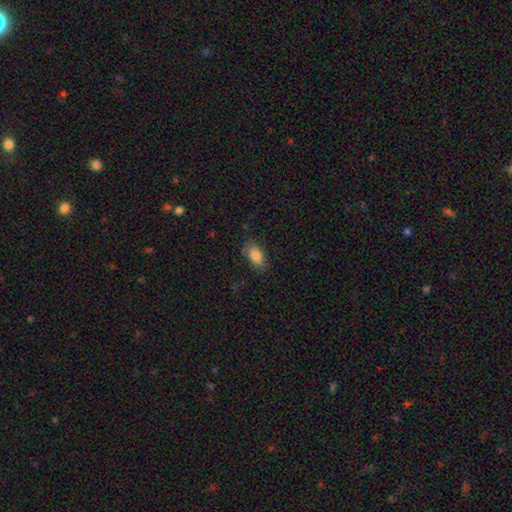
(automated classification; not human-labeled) smooth 86%, star or artifact 8%, featured or disk 7%. Down the decision tree: how rounded — in between (90%); merging — none (75%).